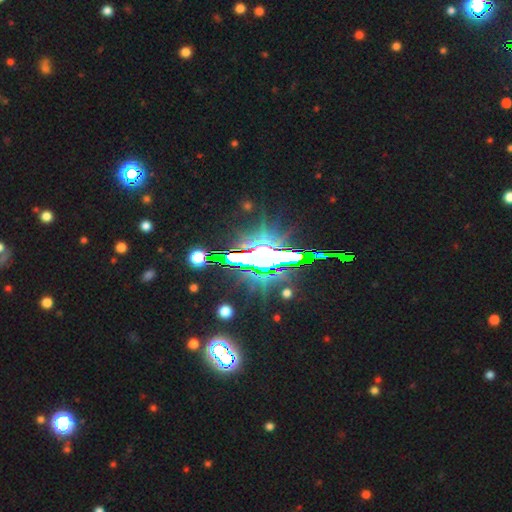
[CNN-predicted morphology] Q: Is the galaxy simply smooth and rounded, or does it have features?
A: star or artifact — 75%.